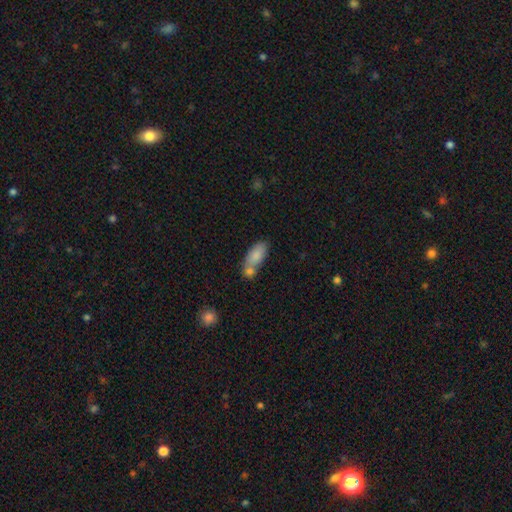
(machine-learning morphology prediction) Q: Smooth or featured?
A: smooth (81%); runner-up: featured or disk (12%)
Q: How rounded?
A: in between (82%); runner-up: cigar-shaped (15%)
Q: Merging?
A: merger (42%); runner-up: none (38%)